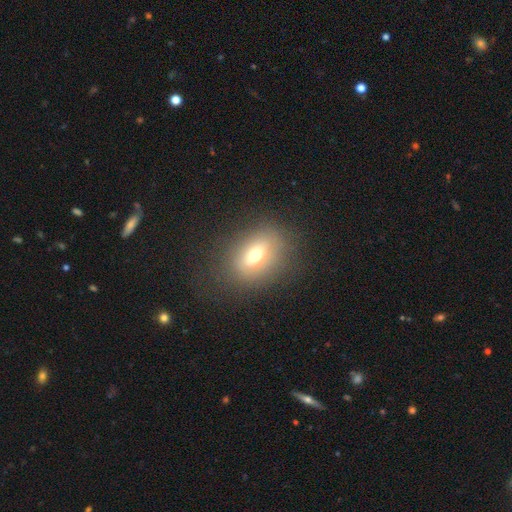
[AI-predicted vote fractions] A smooth galaxy with no disk features (62%) that is in between round and cigar-shaped (73%). Merging: none (79%).